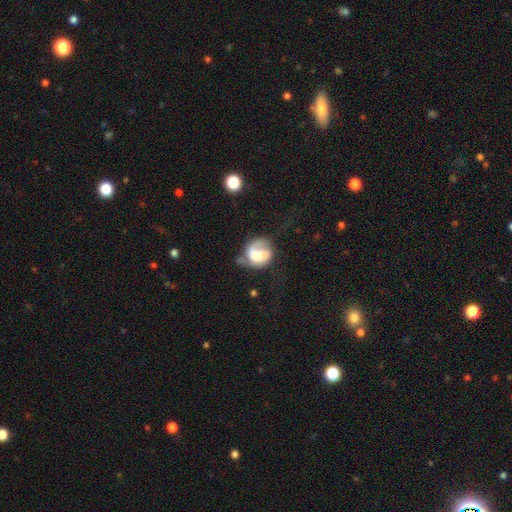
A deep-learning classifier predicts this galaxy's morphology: Smooth or featured: smooth — 48% (featured or disk — 43%)
Merging: major disturbance — 37% (none — 29%)